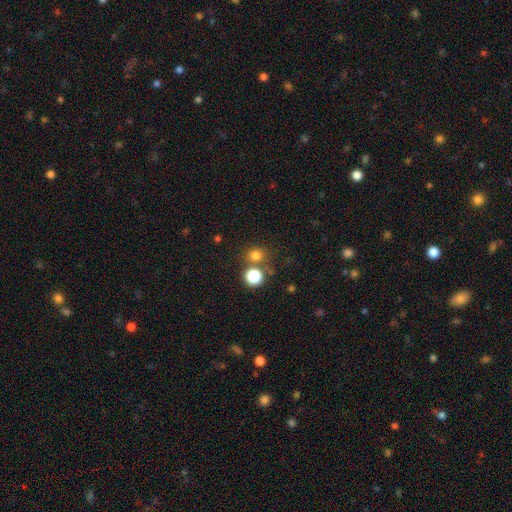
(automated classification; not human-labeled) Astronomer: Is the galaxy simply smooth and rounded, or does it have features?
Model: smooth — 75%.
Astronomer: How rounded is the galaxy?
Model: round — 83%.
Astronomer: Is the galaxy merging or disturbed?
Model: none — 71%.